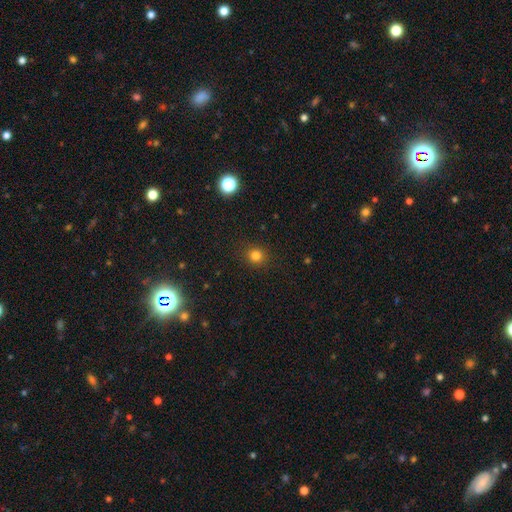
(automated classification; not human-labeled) Morphology: type=smooth (81%); roundness=round (87%); merging=none (90%).